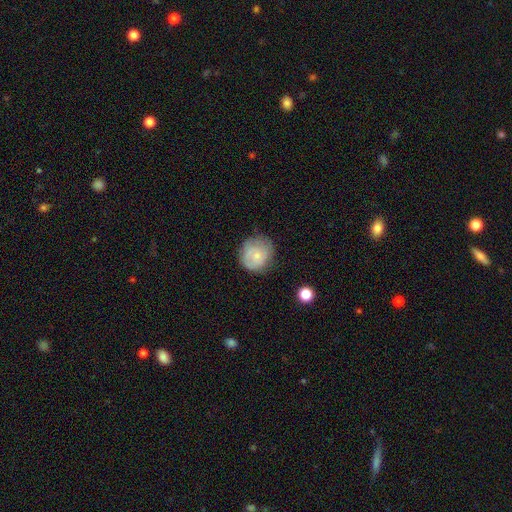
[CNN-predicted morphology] This appears to be a smooth galaxy with no disk features (59%) that is round (85%). Merging: none (66%).